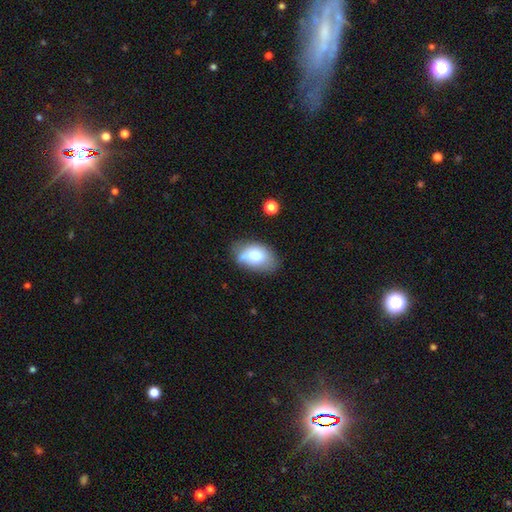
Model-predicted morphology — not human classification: smooth_or_featured: smooth (p=0.72) [alt: featured or disk p=0.19]
how_rounded: in between (p=0.88) [alt: round p=0.11]
merging: none (p=0.54) [alt: minor disturbance p=0.30]